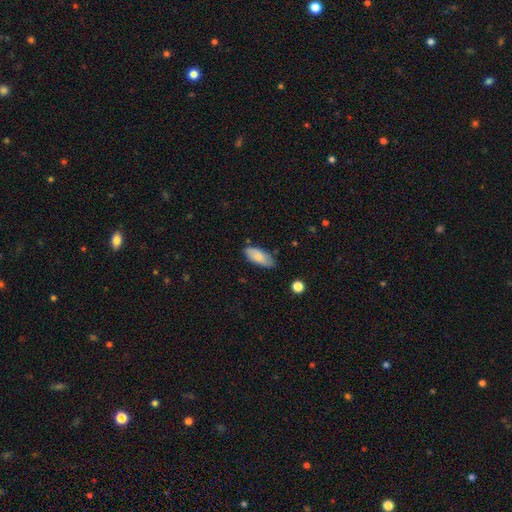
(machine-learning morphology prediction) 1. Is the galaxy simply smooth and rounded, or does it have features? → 79% smooth, 14% featured or disk, 7% star or artifact.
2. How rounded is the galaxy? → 81% in between, 17% cigar-shaped, 2% round.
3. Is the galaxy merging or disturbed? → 75% none, 20% minor disturbance, 3% major disturbance, 2% merger.